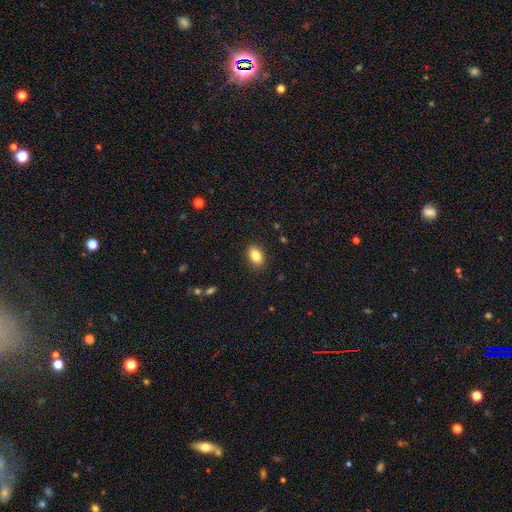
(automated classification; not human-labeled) Smooth or featured? smooth (85%)
How rounded? in between (86%)
Merging? none (89%)